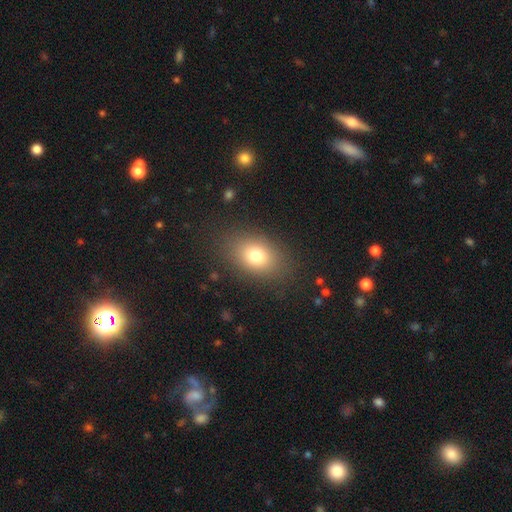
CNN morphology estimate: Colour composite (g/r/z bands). It shows a smooth galaxy with no disk features (78%) that is in between round and cigar-shaped (75%). Merging: none (84%).